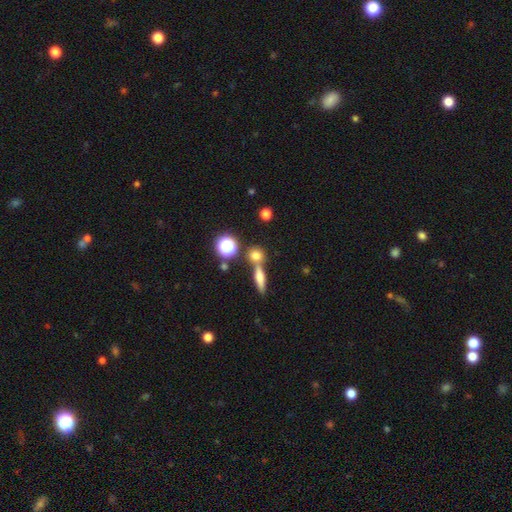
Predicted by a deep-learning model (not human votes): A smooth galaxy with no disk features (69%) that is round (73%). Merging: none (61%).